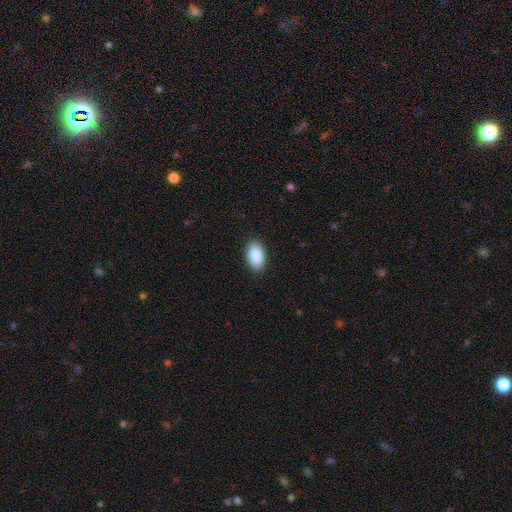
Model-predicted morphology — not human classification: A smooth galaxy with no disk features (89%) that is in between round and cigar-shaped (94%). Merging: none (90%).